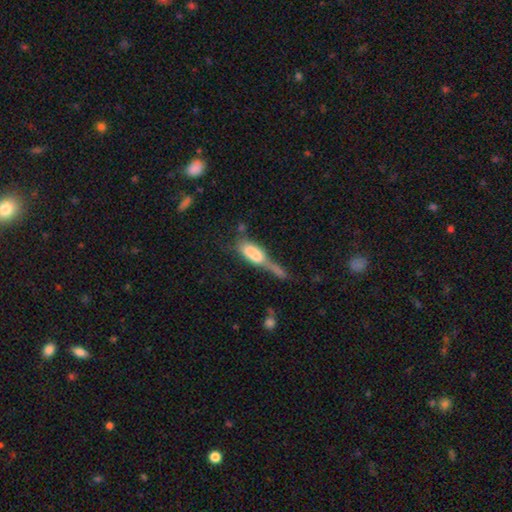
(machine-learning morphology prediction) This is likely a smooth galaxy (60%). How rounded: possibly in between (59%). Merging: marginally merger (33%).